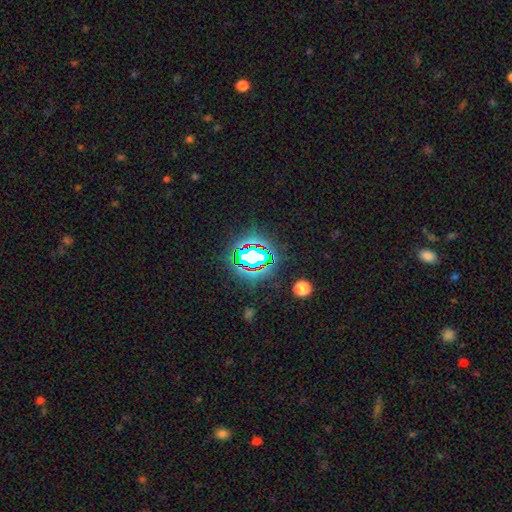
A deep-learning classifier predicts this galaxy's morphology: smooth_or_featured: star or artifact (p=0.71) [alt: smooth p=0.16]